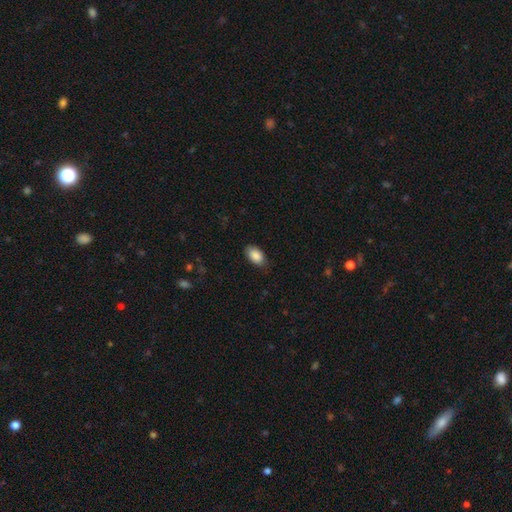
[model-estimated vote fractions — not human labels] A smooth galaxy with no disk features (88%) that is in between round and cigar-shaped (93%). Merging: none (78%).